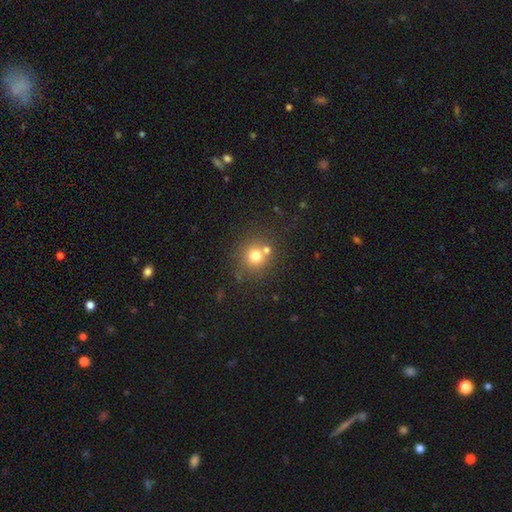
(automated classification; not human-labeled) Overall: smooth (73%). How rounded: round (90%). Merging: none (65%).